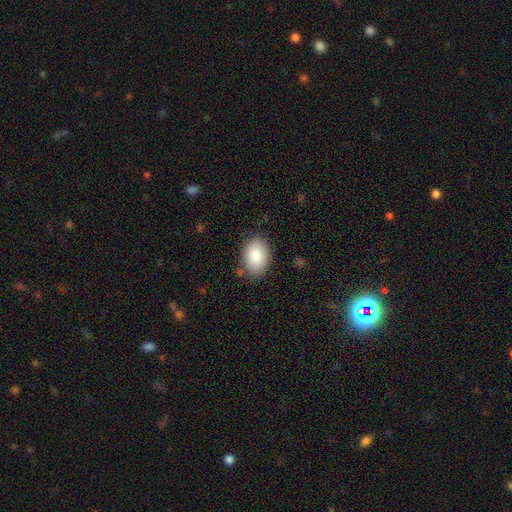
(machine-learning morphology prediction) smooth 86%, featured or disk 7%, star or artifact 7%. Down the decision tree: how rounded — in between (86%); merging — none (83%).